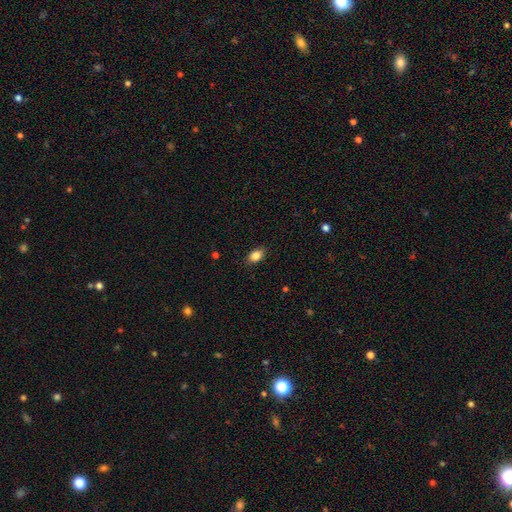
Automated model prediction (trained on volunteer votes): A smooth galaxy with no disk features (85%) that is in between round and cigar-shaped (82%).

Vote fractions:
- Smooth or featured? smooth: 85% / star or artifact: 9% / featured or disk: 6%
- How rounded? in between: 82% / round: 16% / cigar-shaped: 2%
- Merging? none: 86% / minor disturbance: 11% / major disturbance: 2% / merger: 1%